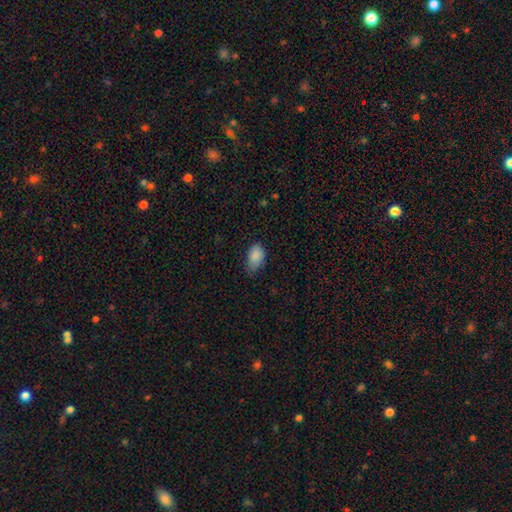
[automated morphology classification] The model was most divided on "merging": none: 56%, minor disturbance: 36%, major disturbance: 7%, merger: 1%. More confident: how rounded — in between (92%); smooth or featured — smooth (88%).